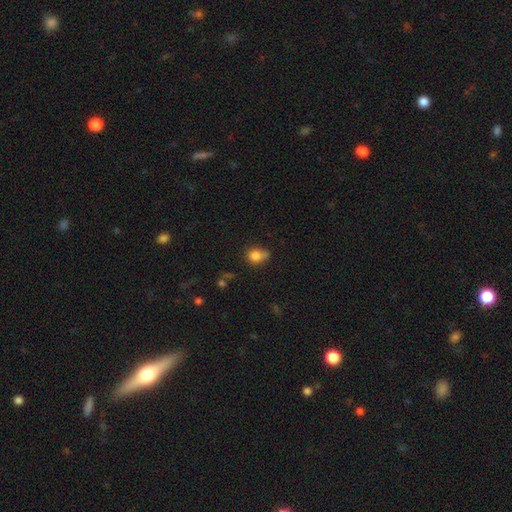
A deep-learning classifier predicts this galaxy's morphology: This is clearly a smooth galaxy (80%). How rounded: likely round (61%). Merging: possibly none (48%).